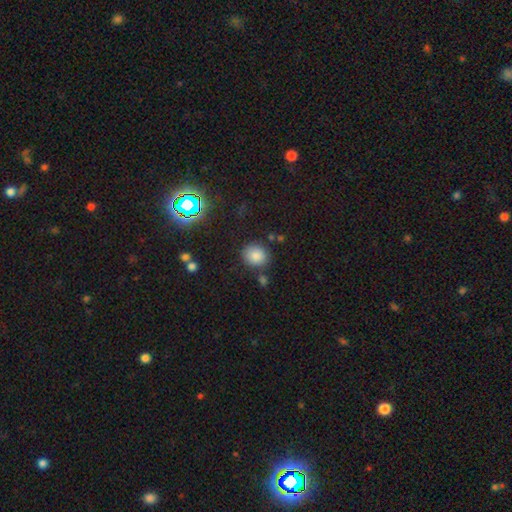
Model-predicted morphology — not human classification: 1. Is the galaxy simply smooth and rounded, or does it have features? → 81% smooth, 13% star or artifact, 7% featured or disk.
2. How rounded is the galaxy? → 79% round, 20% in between, 1% cigar-shaped.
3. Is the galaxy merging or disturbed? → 82% none, 10% minor disturbance, 6% merger, 3% major disturbance.